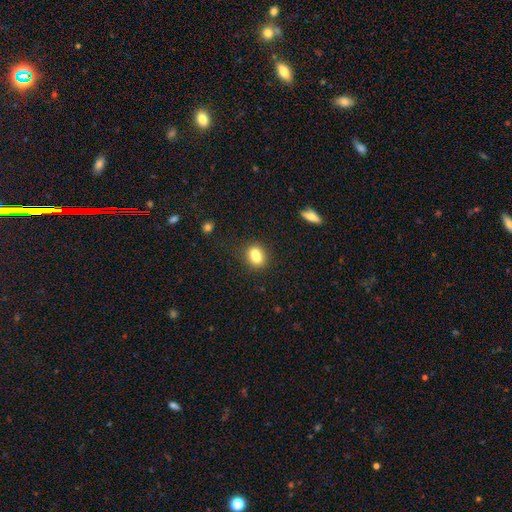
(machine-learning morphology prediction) Q: Smooth or featured?
A: smooth (72%); runner-up: featured or disk (18%)
Q: How rounded?
A: round (56%); runner-up: in between (42%)
Q: Merging?
A: merger (51%); runner-up: none (37%)